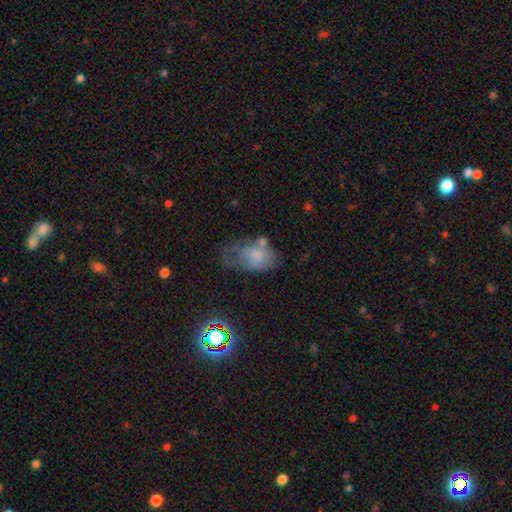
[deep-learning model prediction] A smooth galaxy with no disk features (61%) that is in between round and cigar-shaped (87%). Merging: major disturbance (34%).